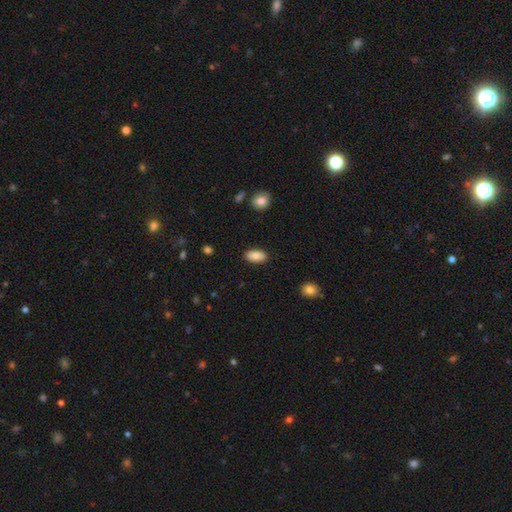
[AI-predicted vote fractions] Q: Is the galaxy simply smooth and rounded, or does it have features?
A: smooth — 86%.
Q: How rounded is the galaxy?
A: in between — 93%.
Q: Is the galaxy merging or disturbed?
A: none — 88%.